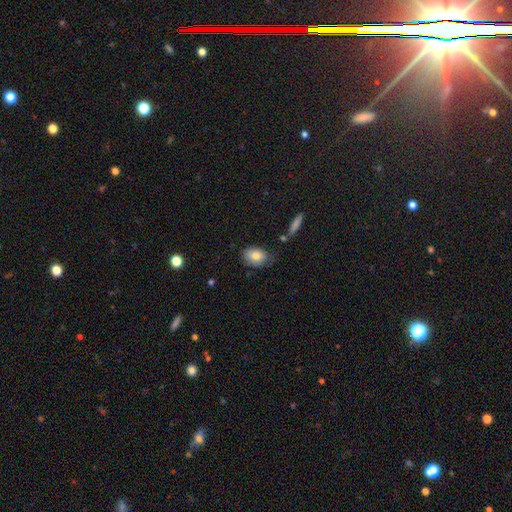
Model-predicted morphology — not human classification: Smooth or featured?
  - smooth: 81% *
  - featured or disk: 12%
  - star or artifact: 8%
How rounded?
  - in between: 82% *
  - round: 16%
  - cigar-shaped: 1%
Merging?
  - none: 67% *
  - minor disturbance: 24%
  - major disturbance: 5%
  - merger: 4%